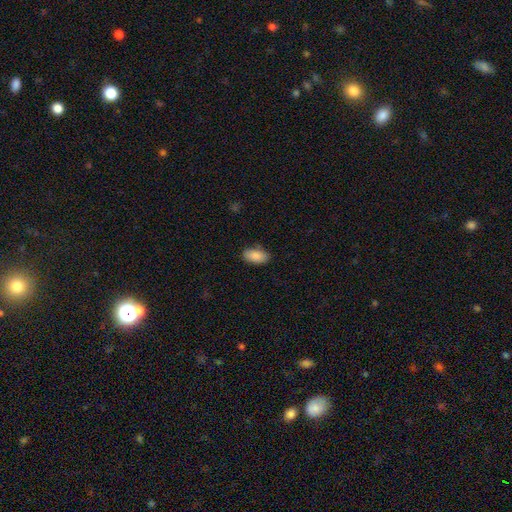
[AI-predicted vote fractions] Smooth or featured? smooth (88%)
How rounded? in between (94%)
Merging? none (83%)